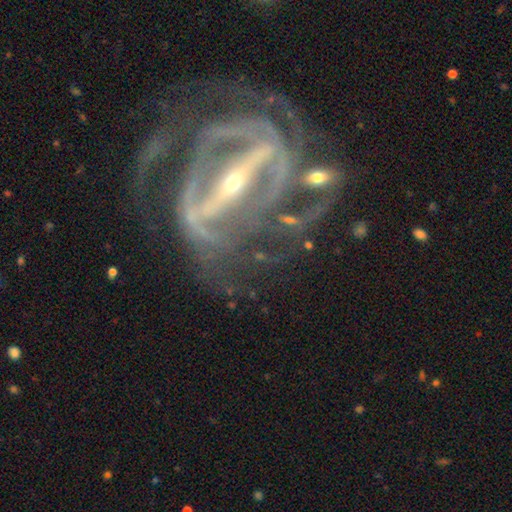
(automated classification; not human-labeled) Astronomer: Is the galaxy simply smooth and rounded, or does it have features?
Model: featured or disk — 90%.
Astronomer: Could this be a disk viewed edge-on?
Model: no — 90%.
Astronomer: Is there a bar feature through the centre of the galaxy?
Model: strong — 88%.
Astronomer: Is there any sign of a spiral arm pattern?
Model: yes — 90%.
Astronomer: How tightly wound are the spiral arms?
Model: tight — 50% (runner-up: medium, 37%).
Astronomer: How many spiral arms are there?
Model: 2 — 43% (runner-up: can't tell, 21%).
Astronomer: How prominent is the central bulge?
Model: small — 79%.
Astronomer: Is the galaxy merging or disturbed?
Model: none — 47% (runner-up: major disturbance, 28%).